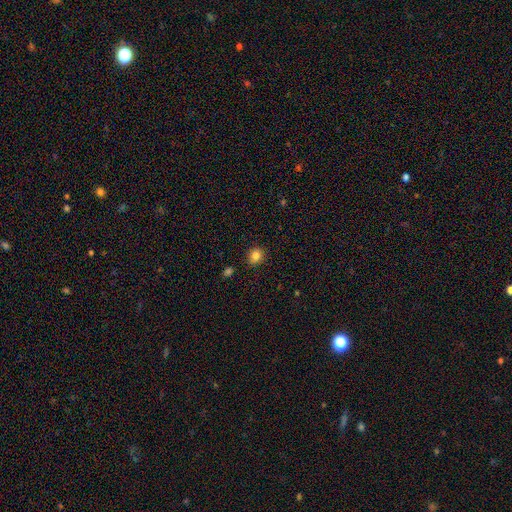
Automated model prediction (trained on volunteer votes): This appears to be a smooth galaxy with no disk features (83%) that is round (79%). Merging: none (88%).